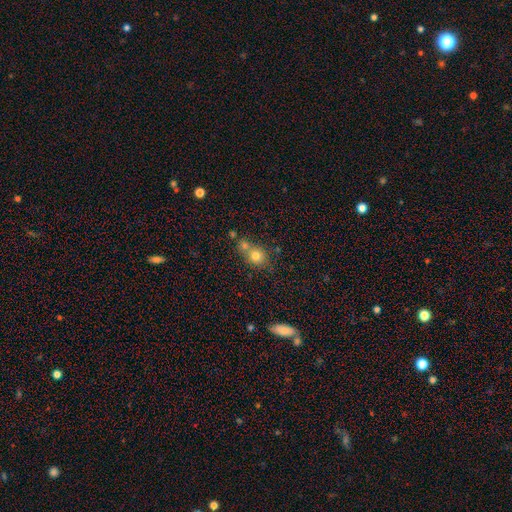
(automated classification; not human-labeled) Smooth or featured? Predicted: smooth (p=0.76). How rounded? Predicted: round (p=0.70). Merging? Predicted: none (p=0.44).